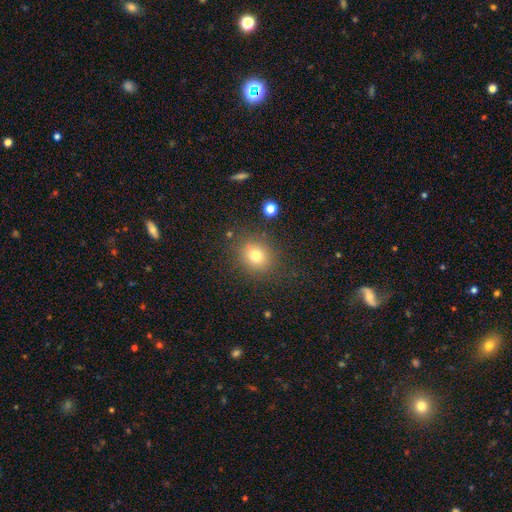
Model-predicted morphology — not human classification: Overall: smooth (76%). How rounded: round (74%). Merging: none (83%).